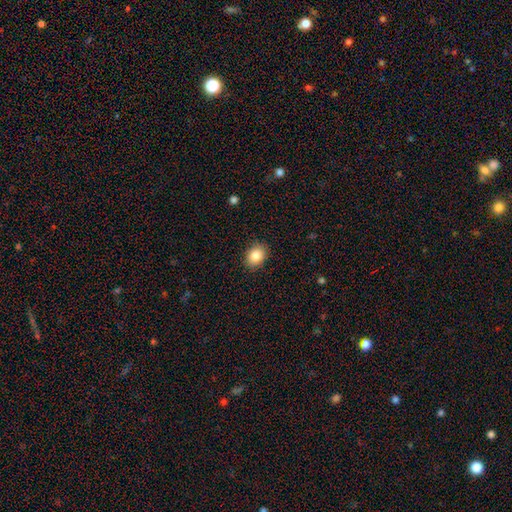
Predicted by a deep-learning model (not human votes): Q: Smooth or featured?
A: smooth (86%); runner-up: star or artifact (8%)
Q: How rounded?
A: in between (66%); runner-up: round (33%)
Q: Merging?
A: none (88%); runner-up: minor disturbance (9%)